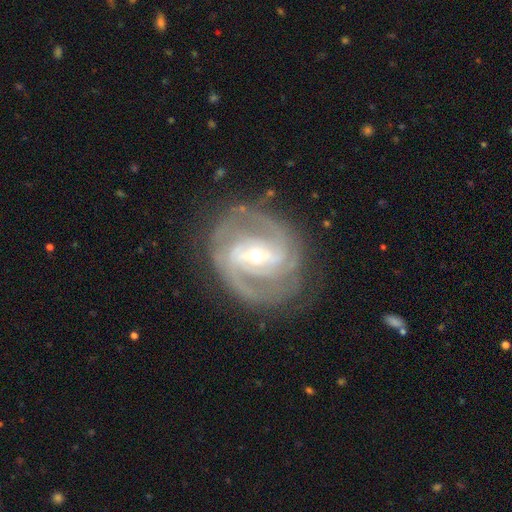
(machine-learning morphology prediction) Overall: featured or disk (90%). Edge-on disk: no (97%). Bar: strong (45%; weak 39%). Spiral arms: yes (97%). Spiral arm count: 2 (53%; 3 20%). Spiral winding: tight (50%; medium 42%). Bulge size: small (64%; moderate 33%). Merging: none (75%).